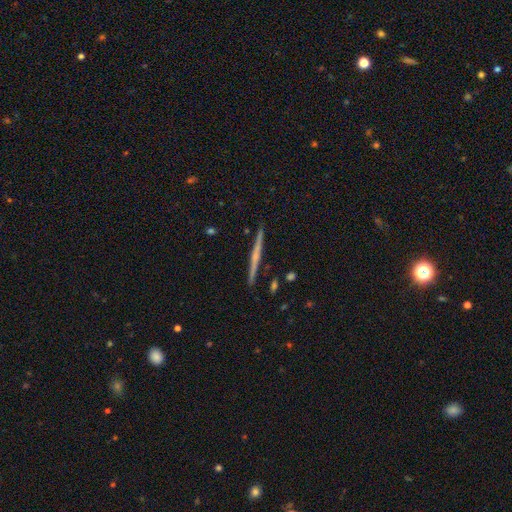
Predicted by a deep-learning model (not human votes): smooth-or-featured: featured or disk: 72% | smooth: 22% | star or artifact: 6%
  disk-edge-on: yes: 98% | no: 2%
    edge-on-bulge: rounded: 53% | none: 40% | boxy: 7%
  merging: none: 92% | minor disturbance: 5% | merger: 1% | major disturbance: 1%